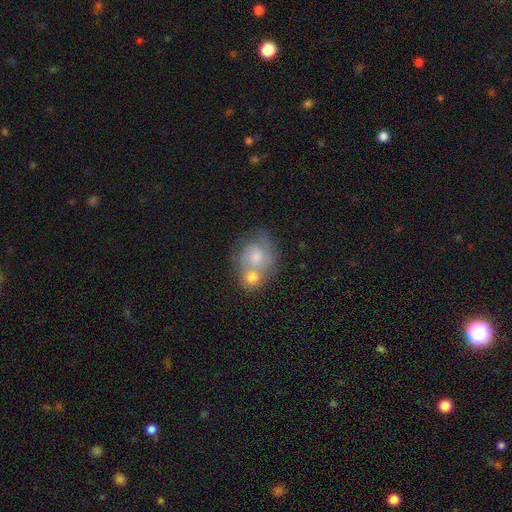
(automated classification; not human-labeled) A smooth galaxy with no disk features (50%) that is round (64%). Merging: merger (61%).